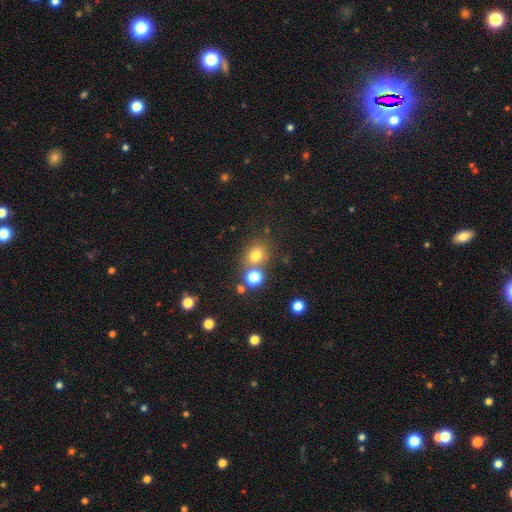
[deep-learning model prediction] A smooth galaxy with no disk features (73%) that is round (70%). Merging: none (64%).